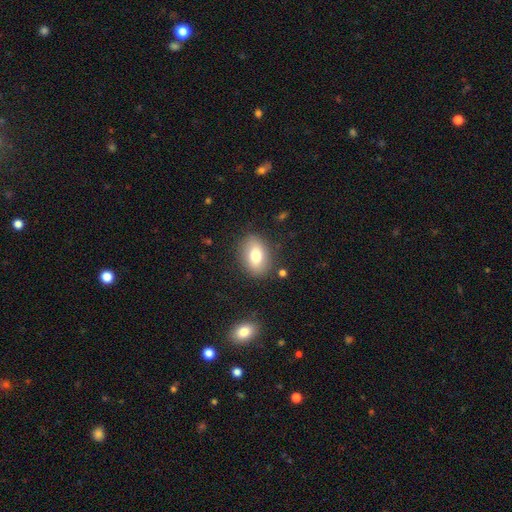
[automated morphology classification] Smooth or featured? Predicted: smooth (p=0.75). How rounded? Predicted: in between (p=0.81). Merging? Predicted: none (p=0.84).